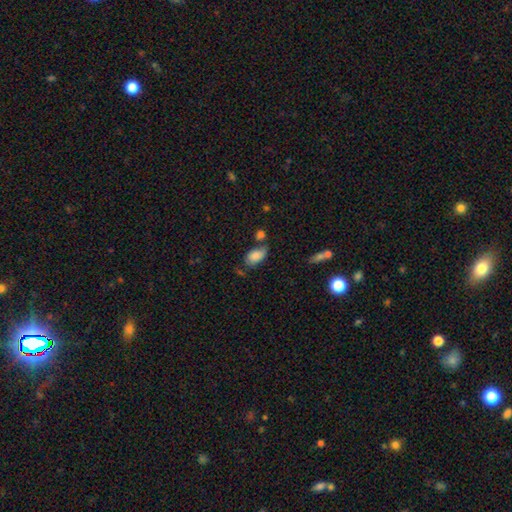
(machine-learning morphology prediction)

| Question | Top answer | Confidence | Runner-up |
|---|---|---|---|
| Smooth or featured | smooth | 81% | featured or disk (11%) |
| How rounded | in between | 93% | round (5%) |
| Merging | none | 52% | minor disturbance (24%) |